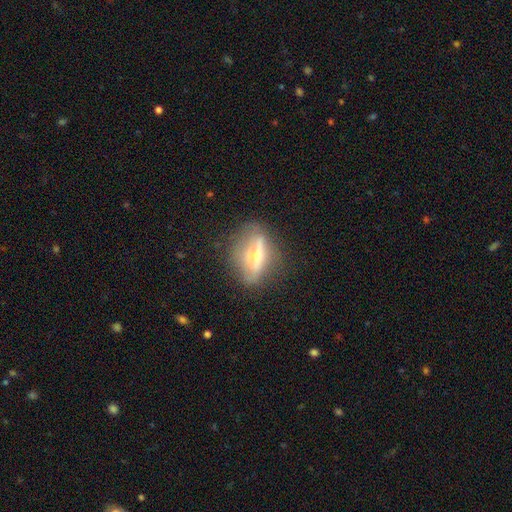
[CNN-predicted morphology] smooth-or-featured: featured or disk: 64% | smooth: 28% | star or artifact: 9%
  disk-edge-on: yes: 64% | no: 36%
  merging: none: 68% | minor disturbance: 19% | major disturbance: 10% | merger: 3%